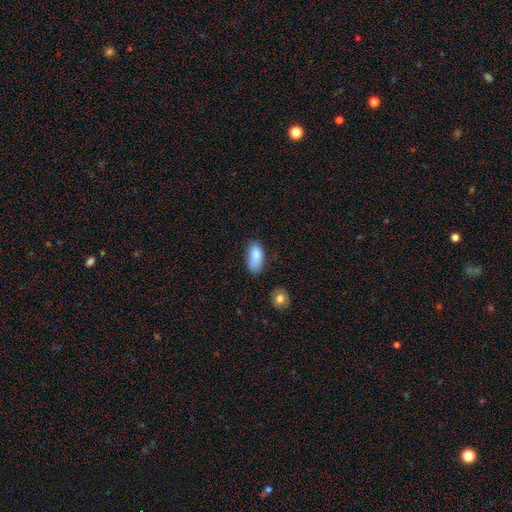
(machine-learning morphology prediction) smooth-or-featured: smooth: 85% | featured or disk: 8% | star or artifact: 8%
  how-rounded: in between: 92% | cigar-shaped: 4% | round: 4%
  merging: none: 58% | minor disturbance: 30% | major disturbance: 7% | merger: 4%